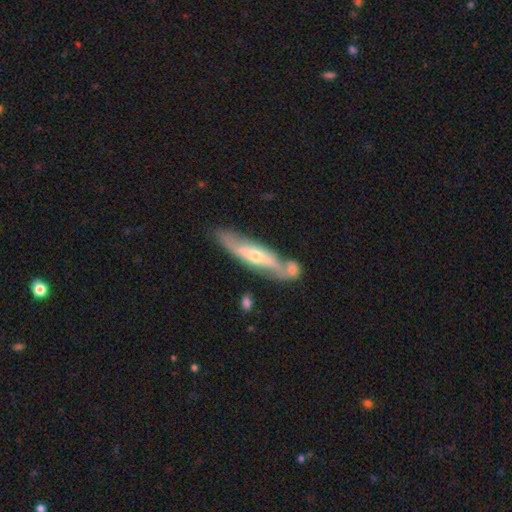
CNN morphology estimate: A featured or disk galaxy (71%) viewed edge-on (53%).

Vote fractions:
- Smooth or featured? featured or disk: 71% / smooth: 22% / star or artifact: 7%
- Edge-on disk? yes: 53% / no: 47%
- Merging? none: 63% / merger: 17% / minor disturbance: 16% / major disturbance: 5%